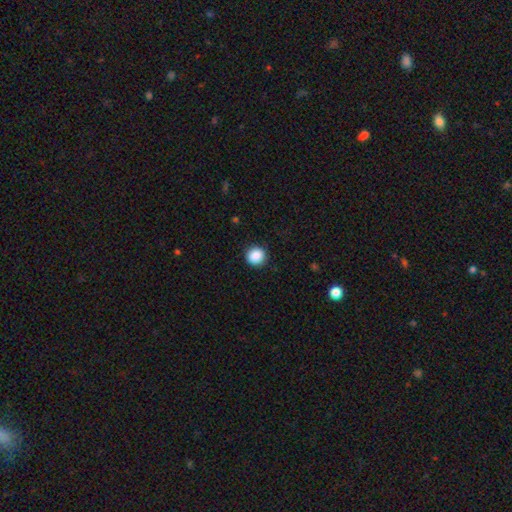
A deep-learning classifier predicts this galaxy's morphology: A smooth galaxy with no disk features (88%) that is round (93%).

Vote fractions:
- Smooth or featured? smooth: 88% / star or artifact: 9% / featured or disk: 3%
- How rounded? round: 93% / in between: 6% / cigar-shaped: 1%
- Merging? none: 90% / minor disturbance: 7% / major disturbance: 2% / merger: 1%